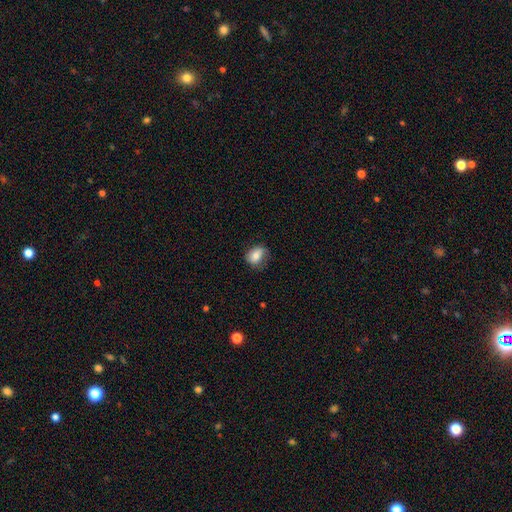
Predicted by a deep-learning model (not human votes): Smooth or featured? smooth (75%)
How rounded? in between (62%)
Merging? none (65%)